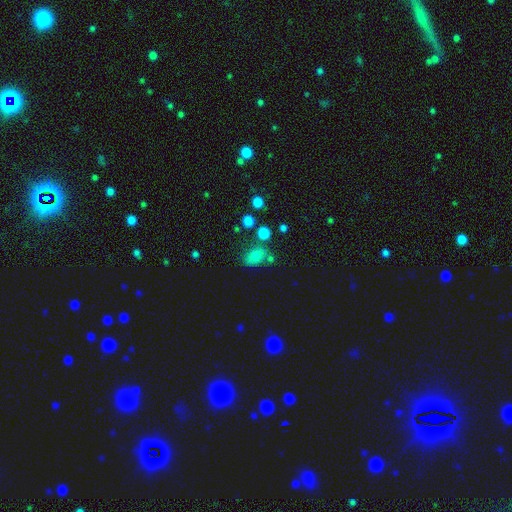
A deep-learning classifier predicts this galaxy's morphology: smooth_or_featured: smooth (p=0.73) [alt: star or artifact p=0.14]
how_rounded: in between (p=0.73) [alt: round p=0.25]
merging: none (p=0.64) [alt: minor disturbance p=0.19]